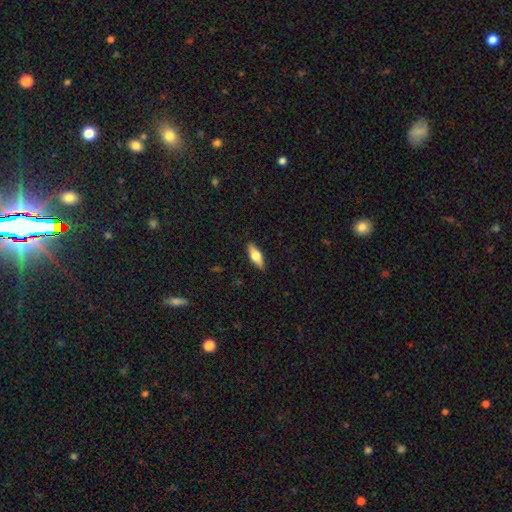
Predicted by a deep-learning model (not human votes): Smooth or featured? smooth (61%)
How rounded? in between (67%)
Merging? none (88%)